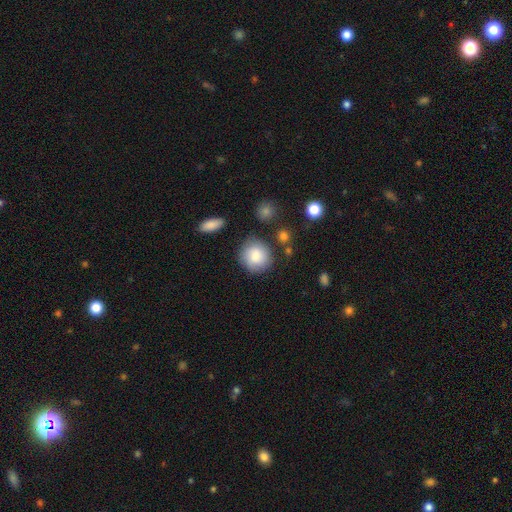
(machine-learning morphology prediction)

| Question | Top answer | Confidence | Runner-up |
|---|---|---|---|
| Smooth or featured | smooth | 83% | featured or disk (10%) |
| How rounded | round | 89% | in between (10%) |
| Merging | none | 80% | minor disturbance (13%) |